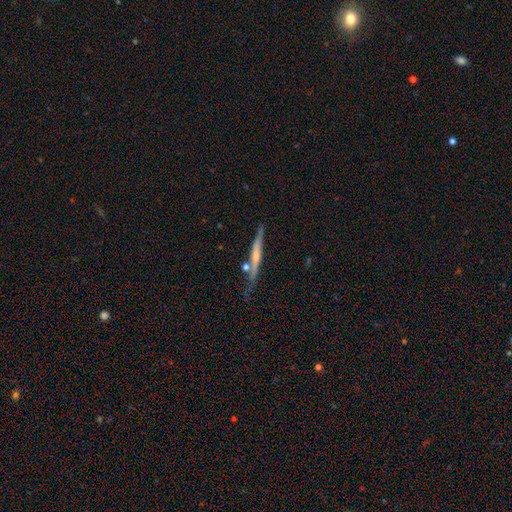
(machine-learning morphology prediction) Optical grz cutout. It shows a featured or disk galaxy (60%) viewed edge-on (94%) with a rounded central bulge (48%). Merging: none (68%).